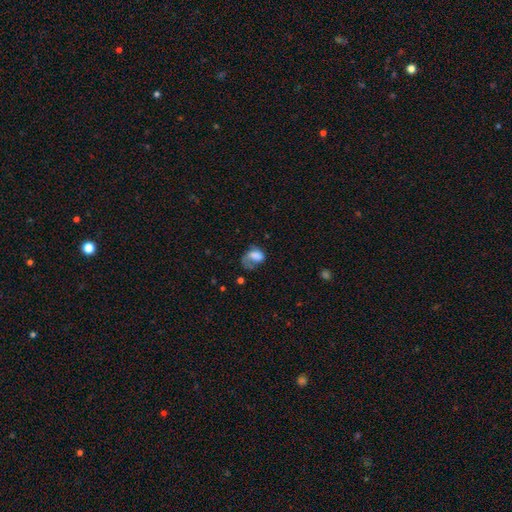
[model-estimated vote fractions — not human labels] Smooth or featured?
  - smooth: 57% *
  - featured or disk: 32%
  - star or artifact: 10%
How rounded?
  - in between: 73% *
  - round: 25%
  - cigar-shaped: 1%
Merging?
  - major disturbance: 49% *
  - none: 24%
  - minor disturbance: 22%
  - merger: 6%